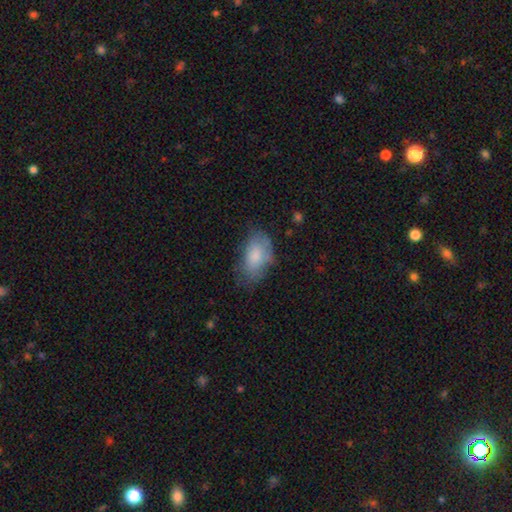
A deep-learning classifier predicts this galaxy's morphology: A smooth galaxy with no disk features (77%) that is in between round and cigar-shaped (91%). Merging: none (54%).